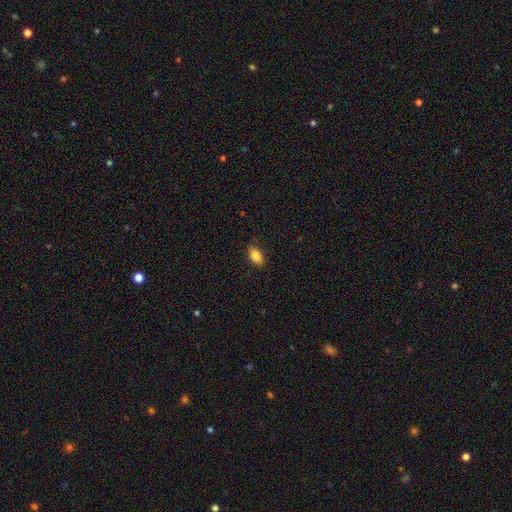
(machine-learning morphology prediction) Smooth or featured: smooth — 87% (star or artifact — 8%)
How rounded: in between — 89% (round — 8%)
Merging: none — 86% (minor disturbance — 11%)